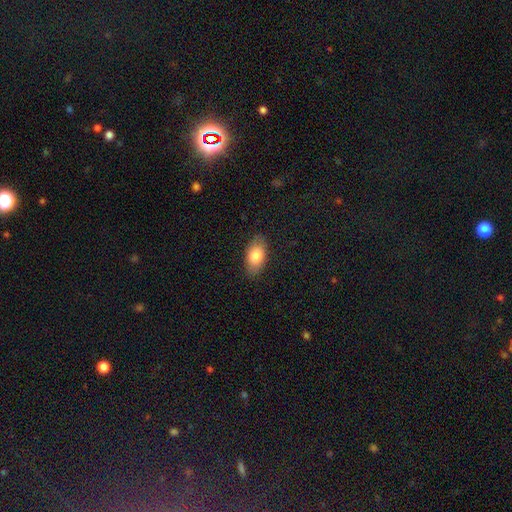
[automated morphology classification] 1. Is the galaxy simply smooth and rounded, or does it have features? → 81% smooth, 12% featured or disk, 7% star or artifact.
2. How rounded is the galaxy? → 92% in between, 5% round, 3% cigar-shaped.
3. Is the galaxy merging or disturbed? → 84% none, 12% minor disturbance, 3% major disturbance, 1% merger.